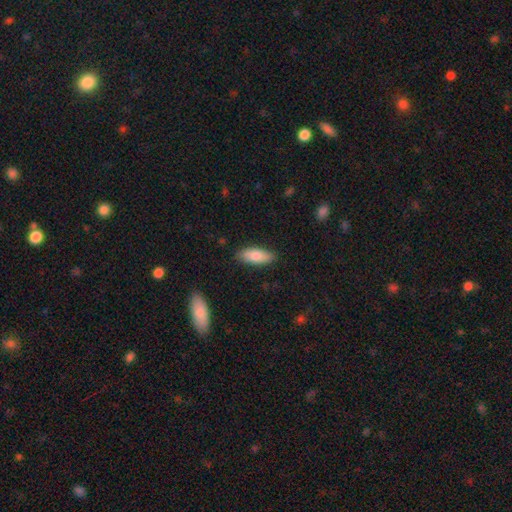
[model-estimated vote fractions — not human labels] A smooth galaxy with no disk features (80%) that is in between round and cigar-shaped (71%).

Vote fractions:
- Smooth or featured? smooth: 80% / featured or disk: 14% / star or artifact: 6%
- How rounded? in between: 71% / cigar-shaped: 28% / round: 2%
- Merging? none: 86% / minor disturbance: 10% / major disturbance: 2% / merger: 1%